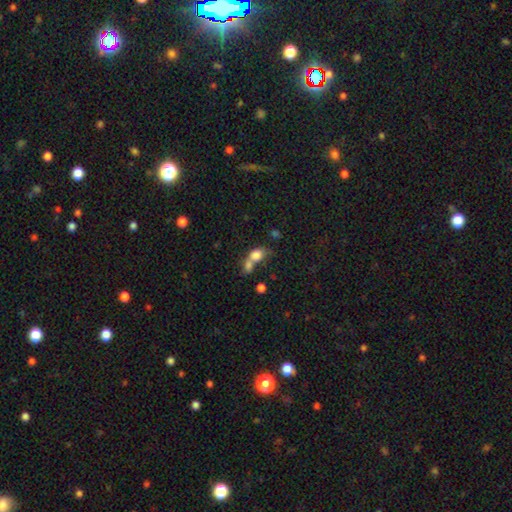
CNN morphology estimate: Smooth or featured?
  - smooth: 77% *
  - featured or disk: 13%
  - star or artifact: 11%
How rounded?
  - in between: 60% *
  - round: 37%
  - cigar-shaped: 3%
Merging?
  - merger: 65% *
  - none: 20%
  - minor disturbance: 8%
  - major disturbance: 7%